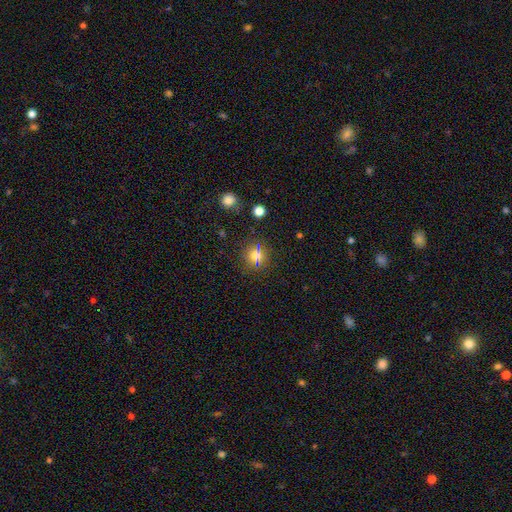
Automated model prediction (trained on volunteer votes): Smooth or featured: smooth — 65% (star or artifact — 28%)
How rounded: round — 90% (in between — 9%)
Merging: none — 86% (minor disturbance — 8%)